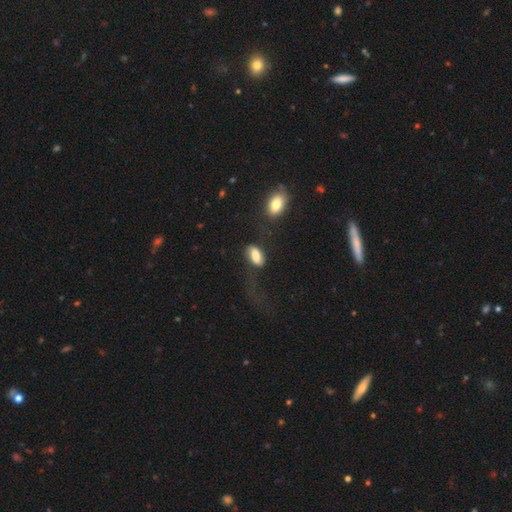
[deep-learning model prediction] A smooth galaxy with no disk features (72%) that is in between round and cigar-shaped (90%).

Vote fractions:
- Smooth or featured? smooth: 72% / featured or disk: 20% / star or artifact: 8%
- How rounded? in between: 90% / cigar-shaped: 6% / round: 4%
- Merging? none: 43% / major disturbance: 29% / minor disturbance: 21% / merger: 7%